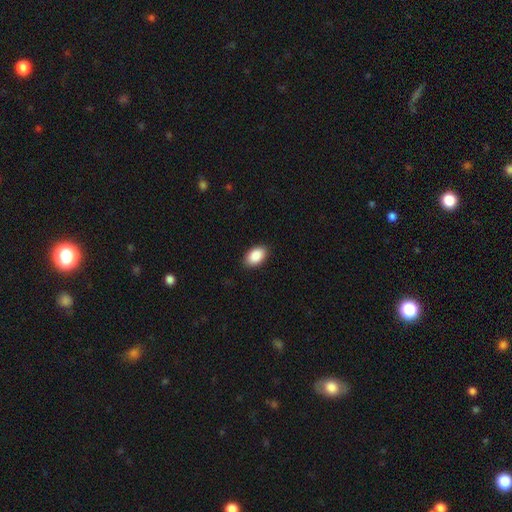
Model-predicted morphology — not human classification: smooth 89%, star or artifact 7%, featured or disk 4%. Down the decision tree: how rounded — in between (91%); merging — none (89%).